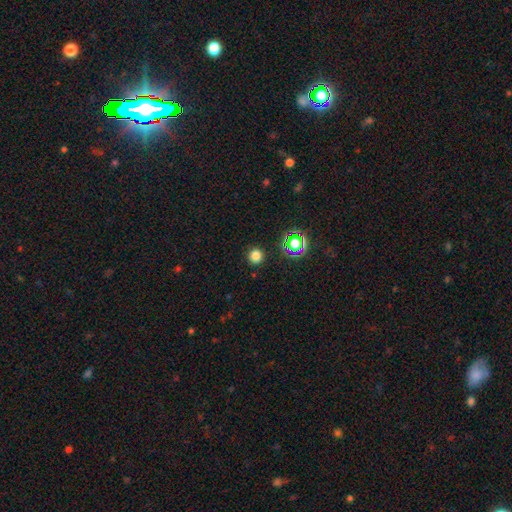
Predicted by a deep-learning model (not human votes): Smooth or featured? Predicted: smooth (p=0.77). How rounded? Predicted: round (p=0.93). Merging? Predicted: none (p=0.90).